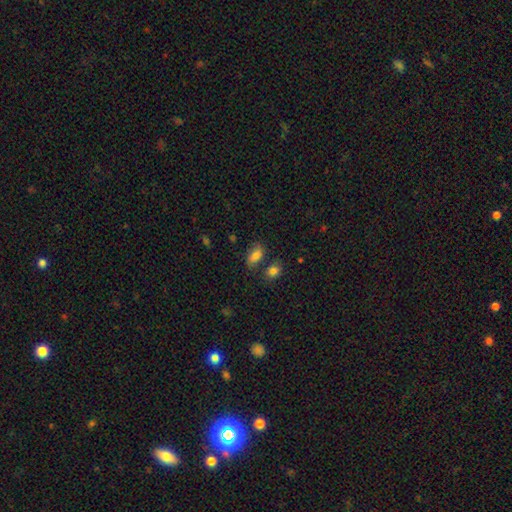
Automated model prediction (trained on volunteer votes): Smooth or featured?
  - smooth: 81% *
  - featured or disk: 10%
  - star or artifact: 9%
How rounded?
  - in between: 88% *
  - round: 7%
  - cigar-shaped: 4%
Merging?
  - none: 67% *
  - minor disturbance: 16%
  - merger: 12%
  - major disturbance: 5%